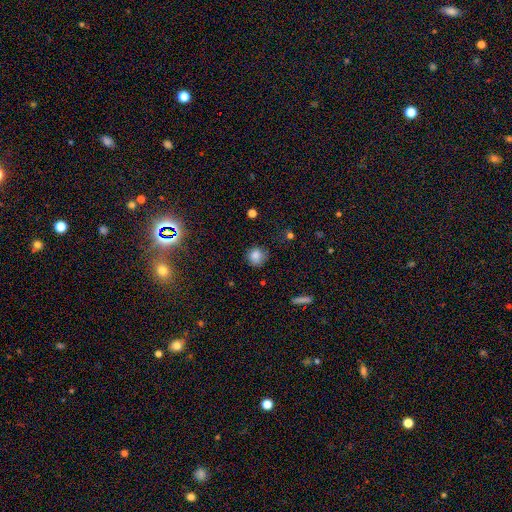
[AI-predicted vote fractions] The model was most divided on "merging": none: 79%, minor disturbance: 16%, major disturbance: 3%, merger: 2%. More confident: how rounded — round (91%); smooth or featured — smooth (83%).